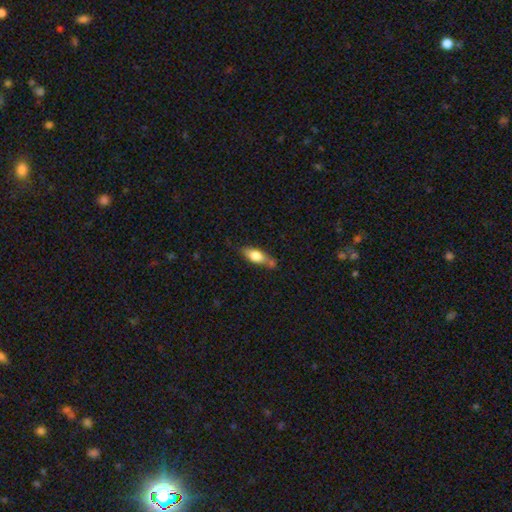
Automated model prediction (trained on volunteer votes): This appears to be a smooth galaxy with no disk features (70%) that is in between round and cigar-shaped (72%). Merging: none (54%).